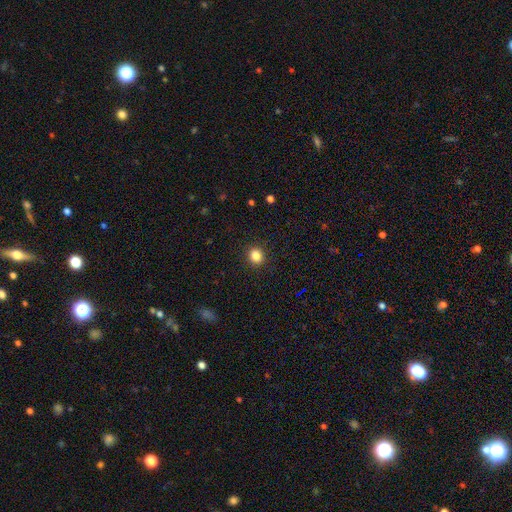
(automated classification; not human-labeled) Smooth or featured?
  - smooth: 85% *
  - star or artifact: 11%
  - featured or disk: 4%
How rounded?
  - round: 78% *
  - in between: 21%
  - cigar-shaped: 1%
Merging?
  - none: 91% *
  - minor disturbance: 6%
  - major disturbance: 2%
  - merger: 1%